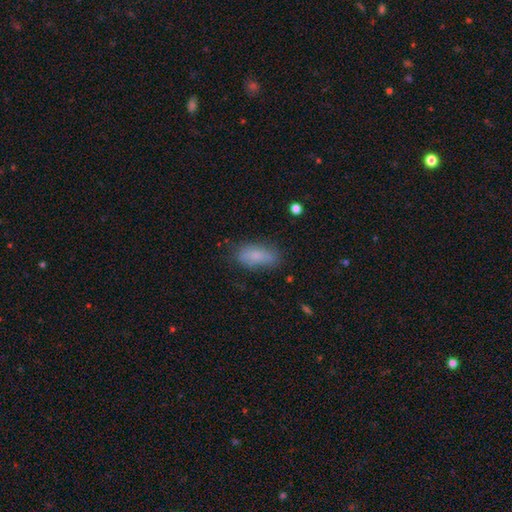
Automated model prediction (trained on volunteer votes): The model was most divided on "merging": none: 71%, minor disturbance: 21%, major disturbance: 6%, merger: 2%. More confident: how rounded — in between (85%); smooth or featured — smooth (79%).